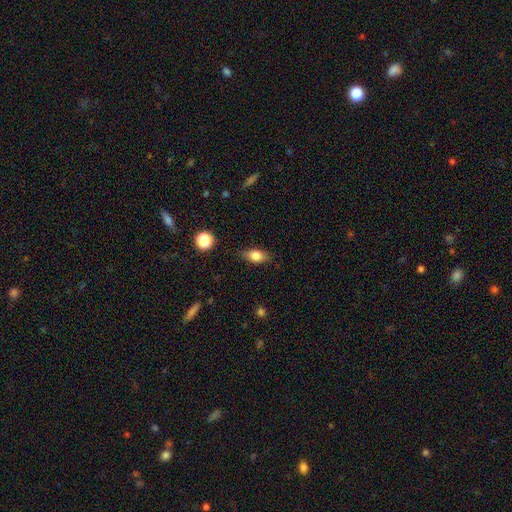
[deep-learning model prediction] Morphology: type=smooth (77%); roundness=in between (80%); merging=none (81%).